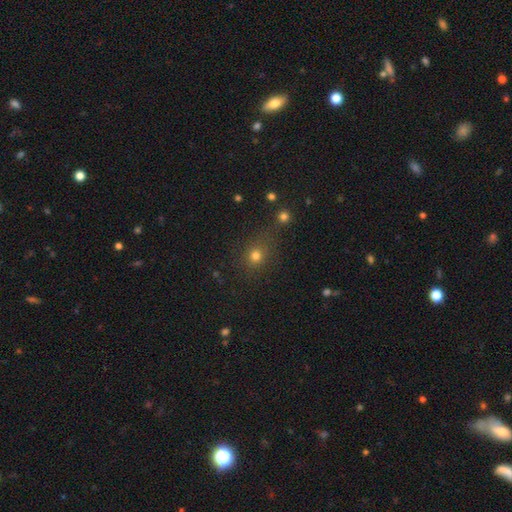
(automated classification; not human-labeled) This appears to be a smooth galaxy with no disk features (73%) that is round (80%). Merging: none (68%).